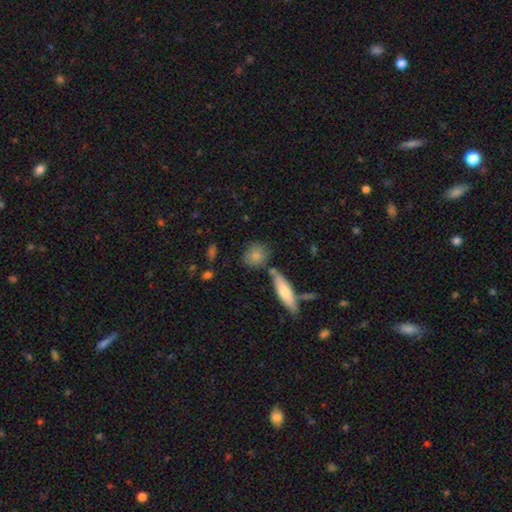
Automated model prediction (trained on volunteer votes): Morphology: type=smooth (82%); roundness=round (57%); merging=none (68%).